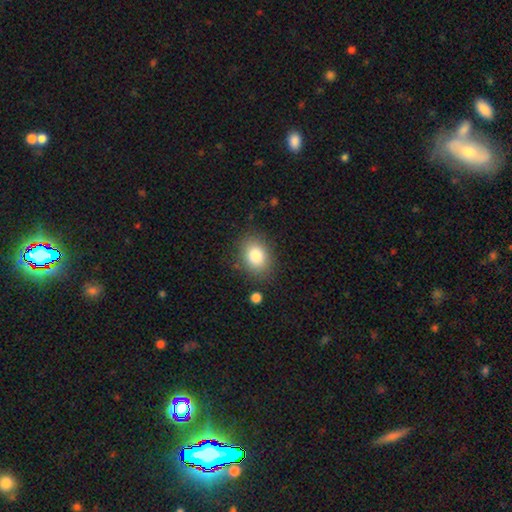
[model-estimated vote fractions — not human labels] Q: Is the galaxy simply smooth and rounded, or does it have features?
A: smooth — 82%.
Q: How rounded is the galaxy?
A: in between — 60%.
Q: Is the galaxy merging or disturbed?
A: none — 82%.